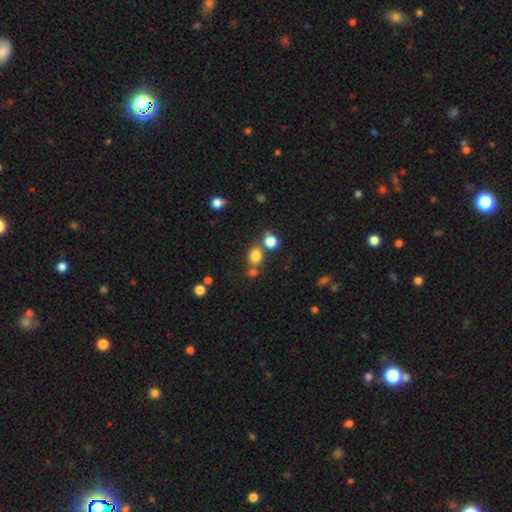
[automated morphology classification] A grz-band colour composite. It shows a smooth galaxy with no disk features (77%) that is round (58%). Merging: none (63%).